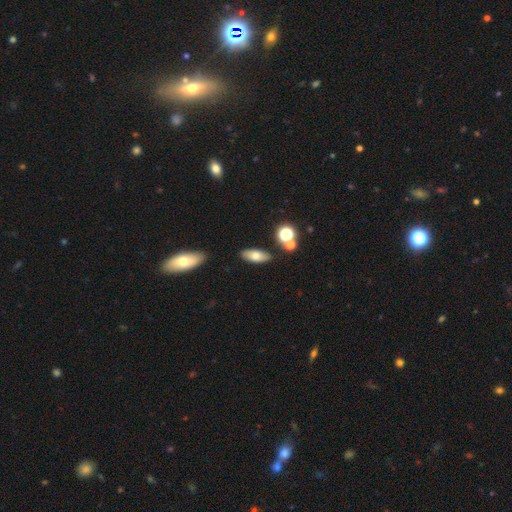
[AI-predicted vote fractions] This appears to be a smooth galaxy with no disk features (70%) that is in between round and cigar-shaped (80%). Merging: none (84%).